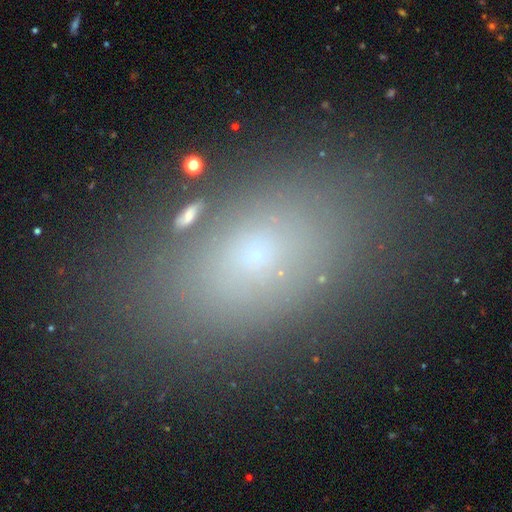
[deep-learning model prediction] Smooth or featured: smooth — 64% (star or artifact — 19%)
How rounded: in between — 85% (round — 11%)
Merging: none — 81% (minor disturbance — 12%)